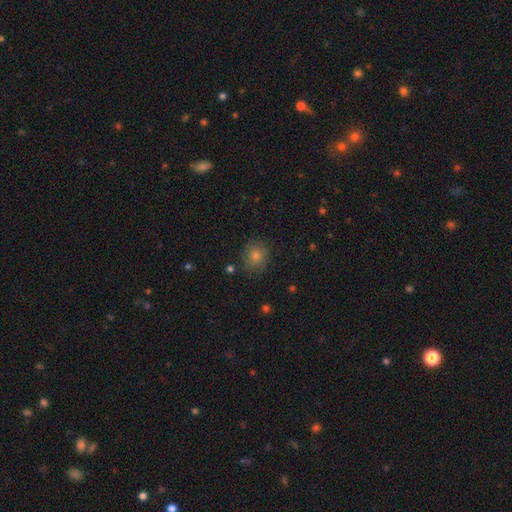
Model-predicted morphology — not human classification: A smooth galaxy with no disk features (73%) that is round (76%).

Vote fractions:
- Smooth or featured? smooth: 73% / star or artifact: 18% / featured or disk: 9%
- How rounded? round: 76% / in between: 23% / cigar-shaped: 1%
- Merging? none: 85% / minor disturbance: 11% / major disturbance: 3% / merger: 2%